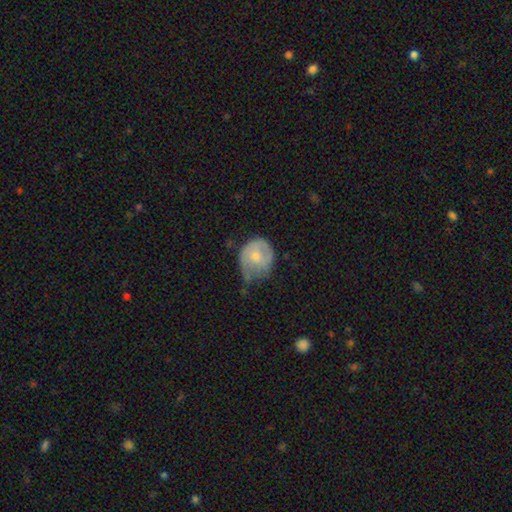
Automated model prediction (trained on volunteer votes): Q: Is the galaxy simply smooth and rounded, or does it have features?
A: smooth — 54%.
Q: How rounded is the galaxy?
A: round — 69%.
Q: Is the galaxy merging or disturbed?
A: minor disturbance — 44%.